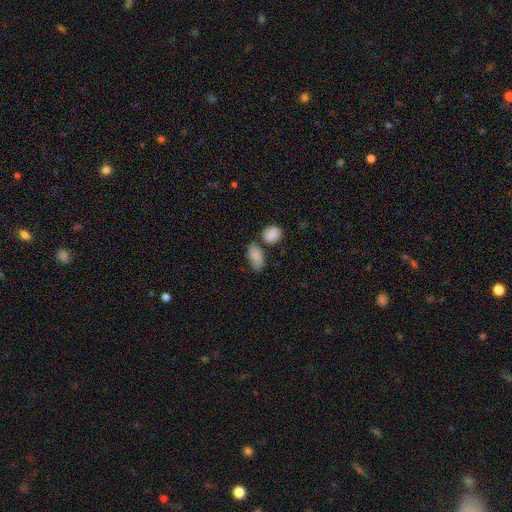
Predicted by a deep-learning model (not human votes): A smooth galaxy with no disk features (81%) that is in between round and cigar-shaped (88%).

Vote fractions:
- Smooth or featured? smooth: 81% / featured or disk: 11% / star or artifact: 8%
- How rounded? in between: 88% / round: 9% / cigar-shaped: 2%
- Merging? none: 52% / minor disturbance: 21% / merger: 20% / major disturbance: 7%